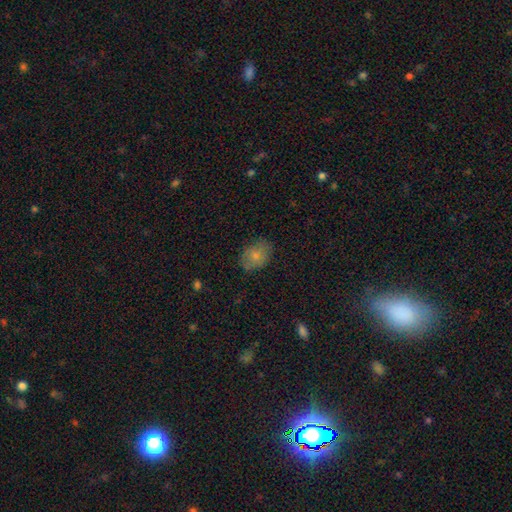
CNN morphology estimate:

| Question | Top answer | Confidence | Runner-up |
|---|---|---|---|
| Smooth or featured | smooth | 77% | featured or disk (14%) |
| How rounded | in between | 71% | round (28%) |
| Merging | none | 77% | minor disturbance (18%) |